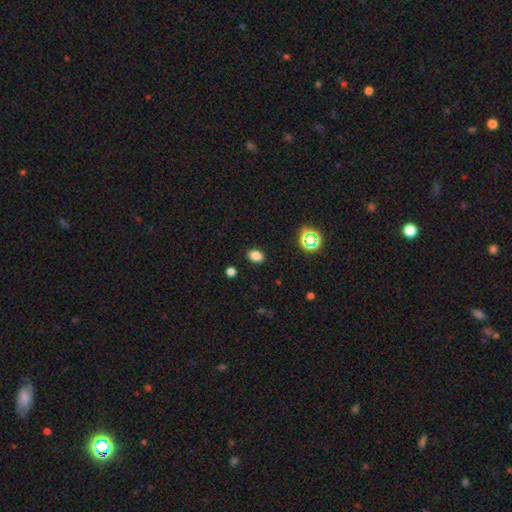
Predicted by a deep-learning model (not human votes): Smooth or featured? Predicted: smooth (p=0.80). How rounded? Predicted: in between (p=0.70). Merging? Predicted: none (p=0.88).